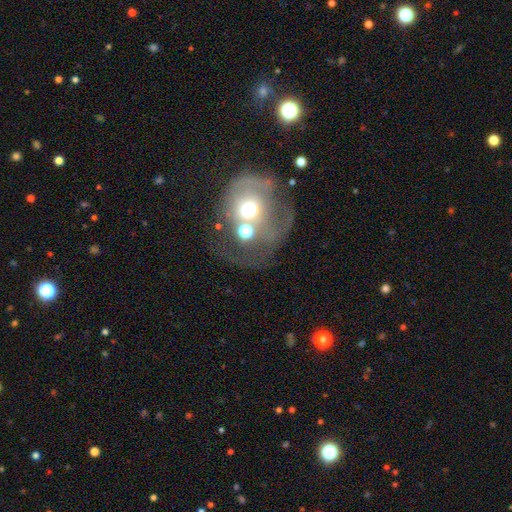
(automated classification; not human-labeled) featured or disk 56%, smooth 29%, star or artifact 15%. Down the decision tree: edge-on disk — no (96%); bar — no (78%); spiral arms — no (52%); bulge size — moderate (66%); merging — merger (39%).